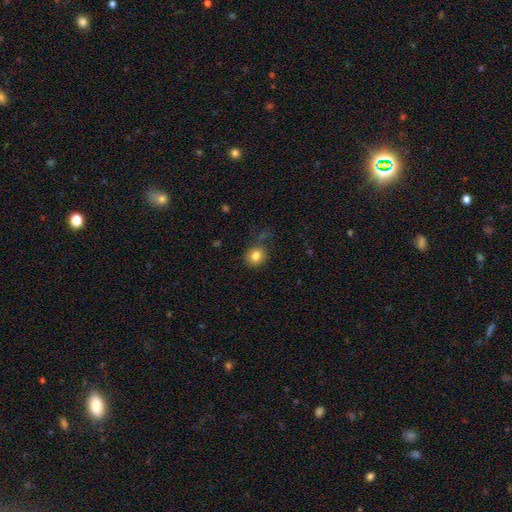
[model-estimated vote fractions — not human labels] A smooth galaxy with no disk features (82%) that is round (82%).

Vote fractions:
- Smooth or featured? smooth: 82% / star or artifact: 11% / featured or disk: 7%
- How rounded? round: 82% / in between: 17% / cigar-shaped: 1%
- Merging? none: 73% / minor disturbance: 17% / major disturbance: 6% / merger: 4%